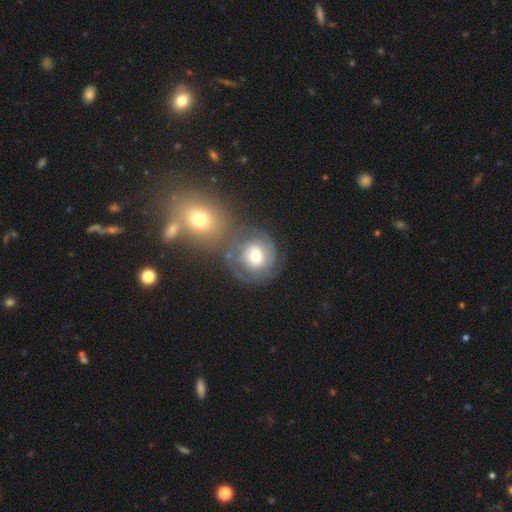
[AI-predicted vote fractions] smooth_or_featured: smooth (p=0.49) [alt: featured or disk p=0.43]
merging: none (p=0.44) [alt: merger p=0.33]